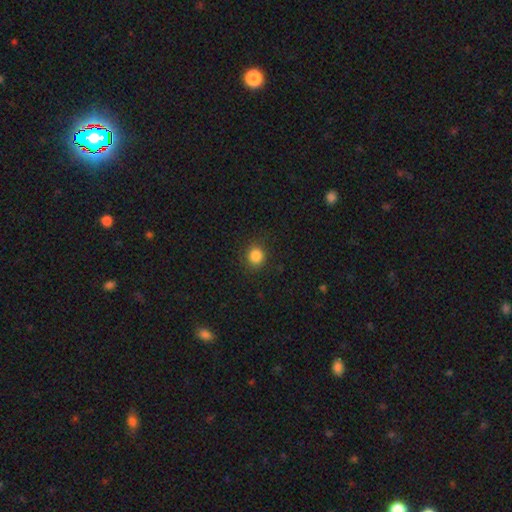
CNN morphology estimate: A smooth galaxy with no disk features (85%) that is round (82%). Merging: none (87%).